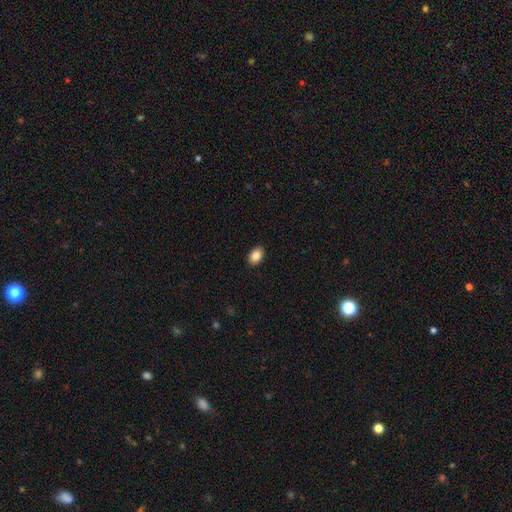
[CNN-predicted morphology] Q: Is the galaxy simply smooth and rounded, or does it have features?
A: smooth — 87%.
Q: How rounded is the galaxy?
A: in between — 84%.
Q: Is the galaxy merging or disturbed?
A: none — 90%.